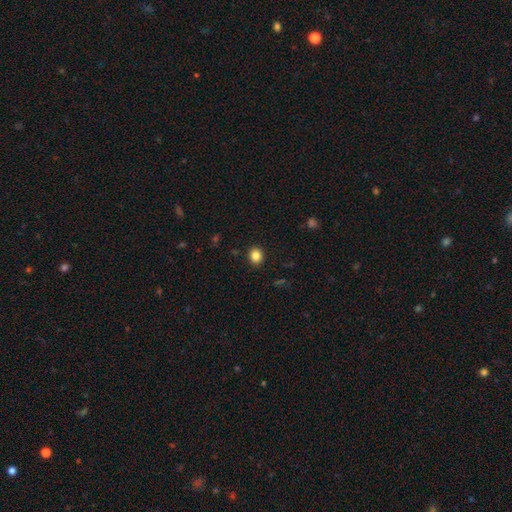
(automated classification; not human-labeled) Q: Smooth or featured?
A: smooth (85%); runner-up: star or artifact (11%)
Q: How rounded?
A: round (67%); runner-up: in between (32%)
Q: Merging?
A: none (91%); runner-up: minor disturbance (6%)